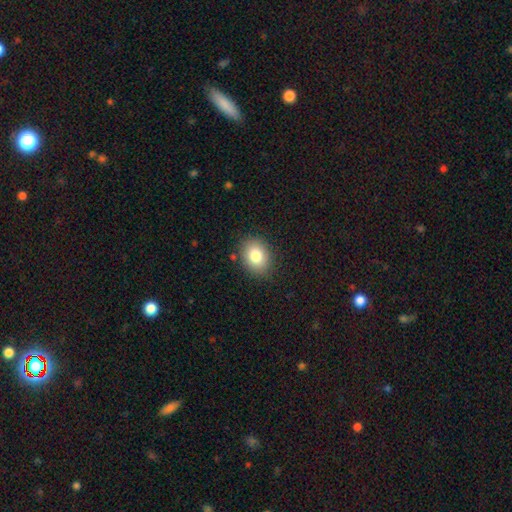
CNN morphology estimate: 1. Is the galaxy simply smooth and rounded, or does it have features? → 82% smooth, 9% star or artifact, 9% featured or disk.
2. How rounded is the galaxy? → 61% in between, 38% round, 1% cigar-shaped.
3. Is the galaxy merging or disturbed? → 86% none, 10% minor disturbance, 3% major disturbance, 1% merger.